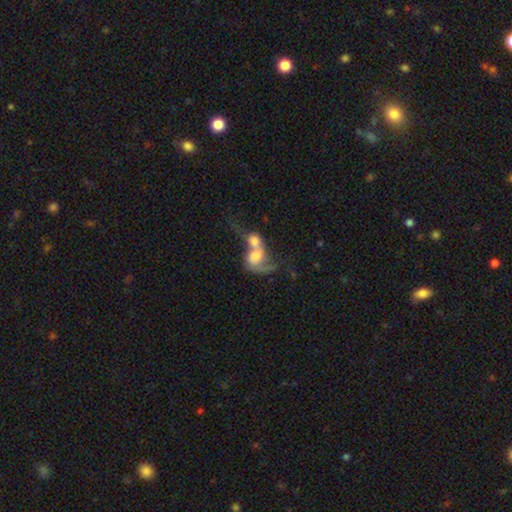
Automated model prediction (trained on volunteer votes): Smooth or featured?
  - smooth: 47% *
  - featured or disk: 44%
  - star or artifact: 9%
Merging?
  - merger: 83% *
  - major disturbance: 8%
  - none: 5%
  - minor disturbance: 3%